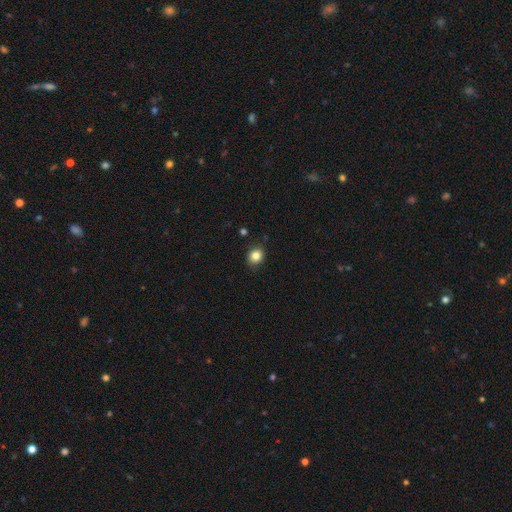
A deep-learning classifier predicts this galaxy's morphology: Smooth or featured: smooth — 83% (star or artifact — 11%)
How rounded: round — 71% (in between — 28%)
Merging: none — 84% (minor disturbance — 12%)